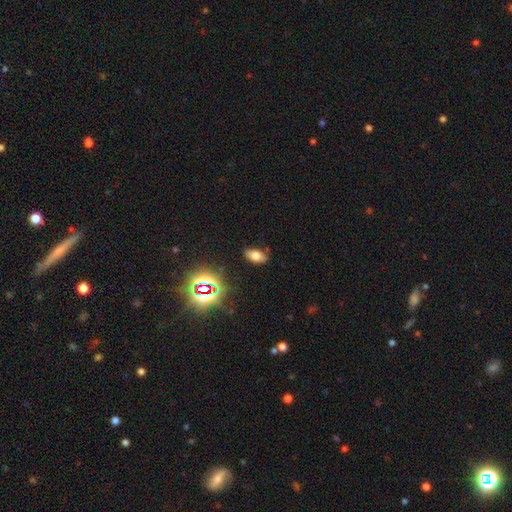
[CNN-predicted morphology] Smooth or featured: smooth — 67% (star or artifact — 19%)
How rounded: in between — 91% (round — 5%)
Merging: none — 82% (minor disturbance — 13%)